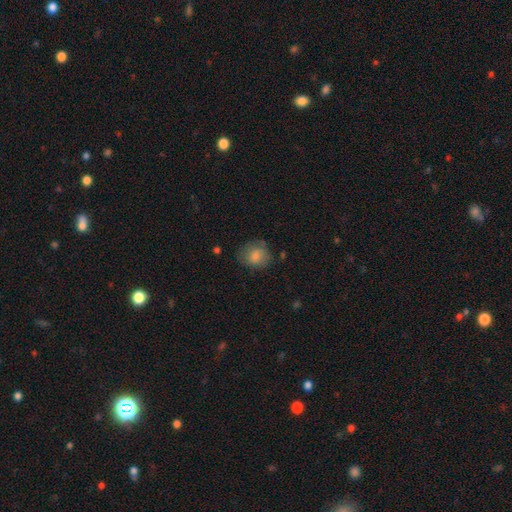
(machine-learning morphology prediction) The model was most divided on "how rounded": round: 68%, in between: 31%, cigar-shaped: 1%. More confident: smooth or featured — smooth (78%); merging — none (67%).